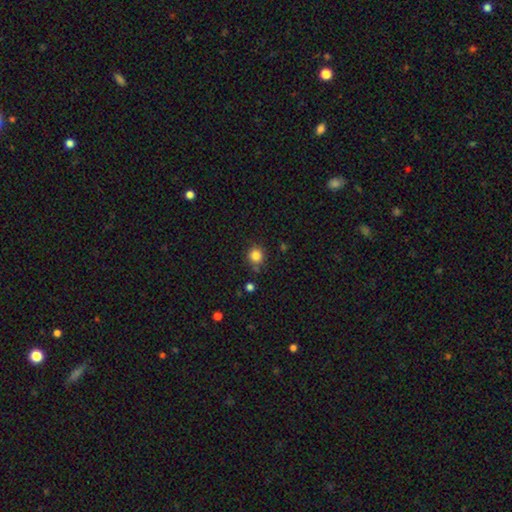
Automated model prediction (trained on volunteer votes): Smooth or featured? smooth (84%)
How rounded? round (92%)
Merging? none (82%)